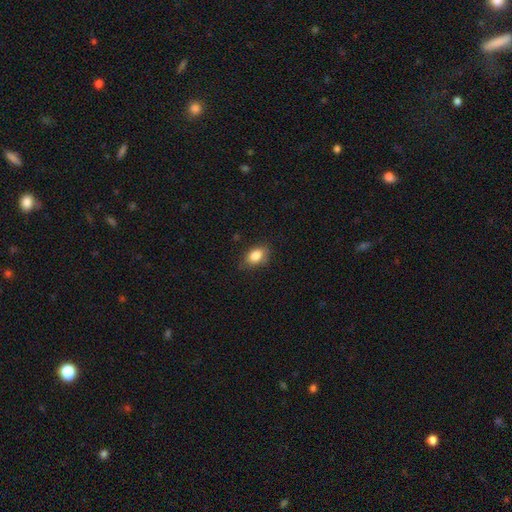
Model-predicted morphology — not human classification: The model was most divided on "merging": none: 79%, minor disturbance: 16%, major disturbance: 3%, merger: 1%. More confident: smooth or featured — smooth (85%); how rounded — in between (83%).